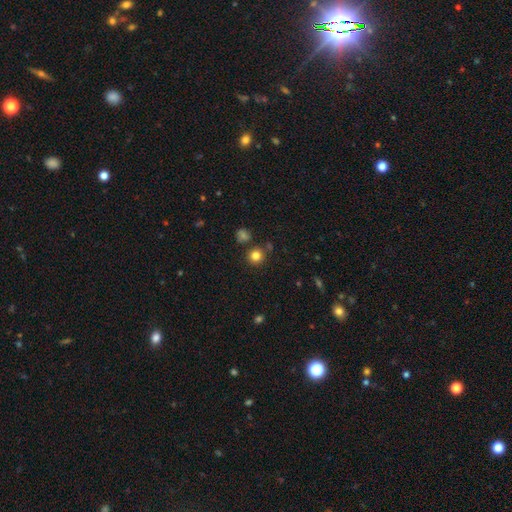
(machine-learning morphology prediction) Smooth or featured? smooth (81%)
How rounded? round (93%)
Merging? none (84%)